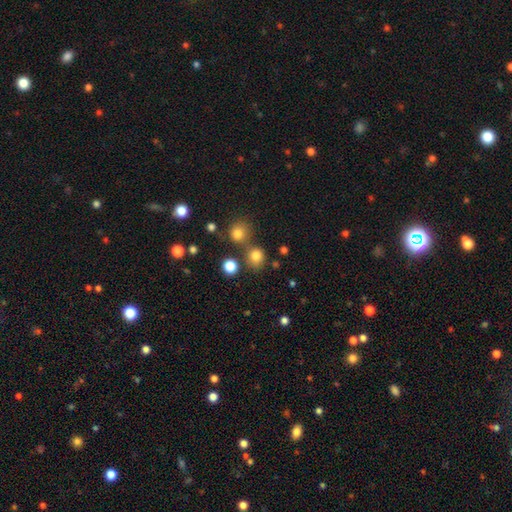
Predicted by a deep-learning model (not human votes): Smooth or featured? Predicted: smooth (p=0.79). How rounded? Predicted: round (p=0.83). Merging? Predicted: none (p=0.68).